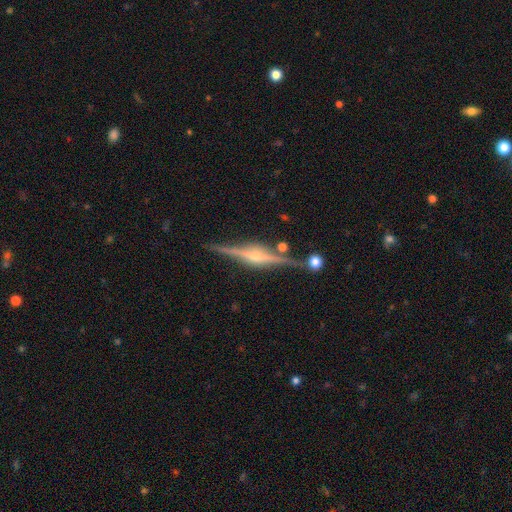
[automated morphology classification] Overall: featured or disk (86%). Edge-on disk: yes (98%). Edge-on bulge: rounded (86%). Merging: none (85%).